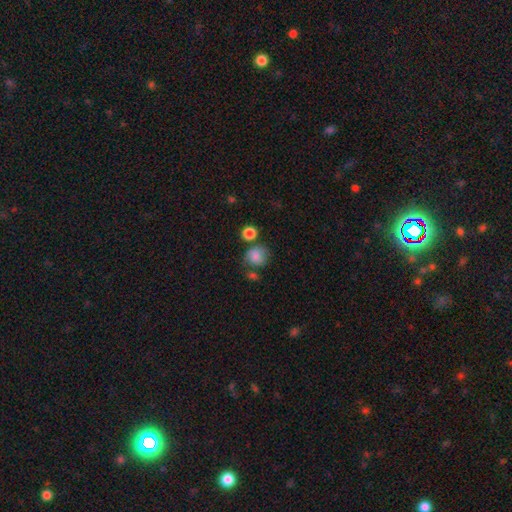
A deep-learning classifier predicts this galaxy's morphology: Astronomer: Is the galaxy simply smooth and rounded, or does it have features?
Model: smooth — 79%.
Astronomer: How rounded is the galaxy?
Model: round — 74%.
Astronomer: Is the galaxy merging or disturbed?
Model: none — 55%.